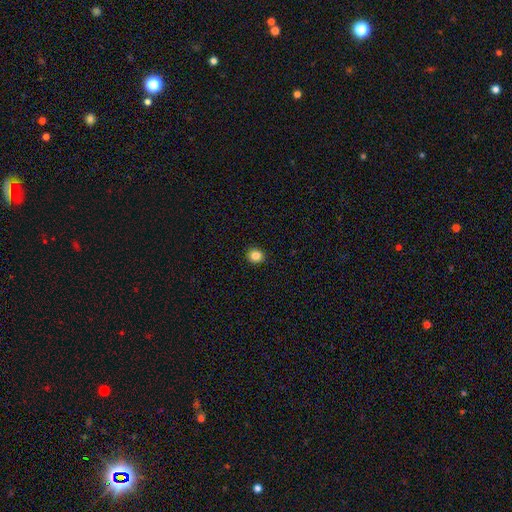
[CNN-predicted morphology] type=smooth (85%); roundness=round (87%); merging=none (93%).